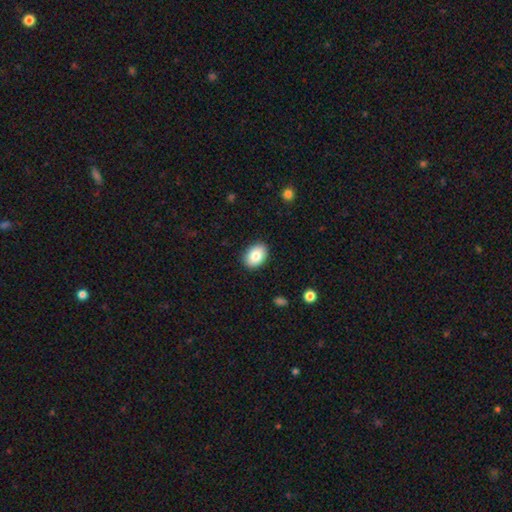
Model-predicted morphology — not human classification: A smooth galaxy with no disk features (85%) that is in between round and cigar-shaped (81%). Merging: none (88%).